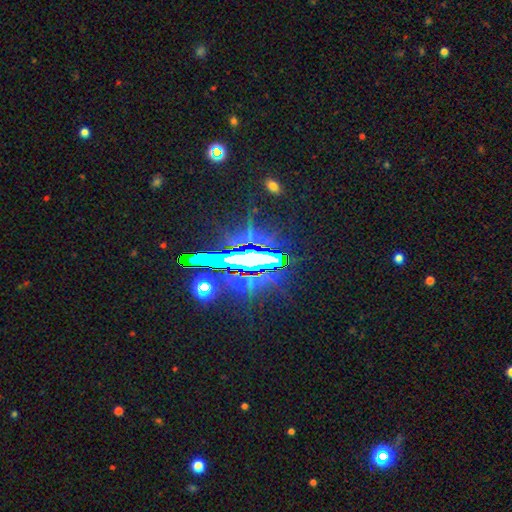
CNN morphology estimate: A star or artifact, not a galaxy (71%).

Vote fractions:
- Smooth or featured? star or artifact: 71% / featured or disk: 15% / smooth: 14%